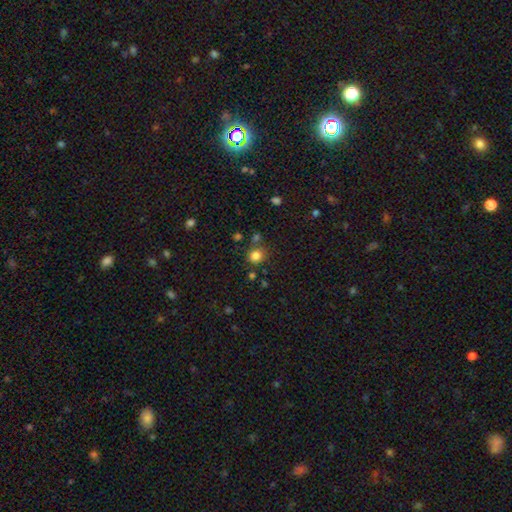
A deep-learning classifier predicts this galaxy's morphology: Q: Smooth or featured?
A: smooth (82%); runner-up: star or artifact (13%)
Q: How rounded?
A: round (83%); runner-up: in between (16%)
Q: Merging?
A: none (74%); runner-up: minor disturbance (12%)